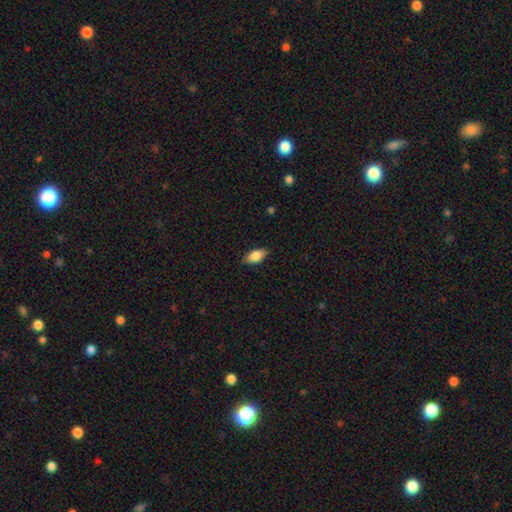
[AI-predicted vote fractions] This appears to be a smooth galaxy with no disk features (83%) that is in between round and cigar-shaped (90%). Merging: none (83%).